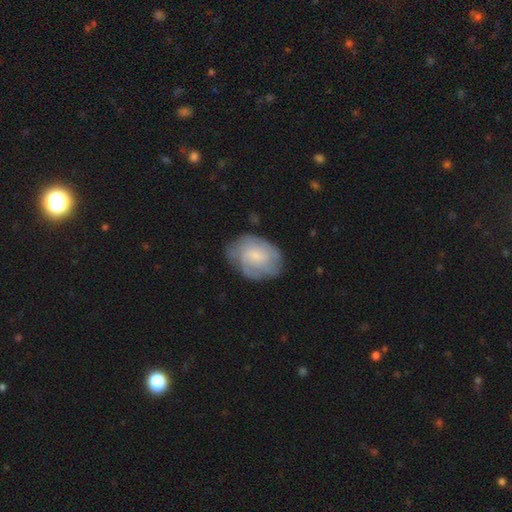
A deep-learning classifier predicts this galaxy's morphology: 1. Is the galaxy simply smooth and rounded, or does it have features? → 55% featured or disk, 38% smooth, 7% star or artifact.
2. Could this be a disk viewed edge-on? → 97% no, 3% yes.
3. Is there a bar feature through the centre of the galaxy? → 64% no, 32% weak, 4% strong.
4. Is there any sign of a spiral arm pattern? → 81% yes, 19% no.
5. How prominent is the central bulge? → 48% small, 26% moderate, 20% none, 4% large, 1% dominant.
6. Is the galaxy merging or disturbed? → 63% none, 25% minor disturbance, 11% major disturbance, 2% merger.